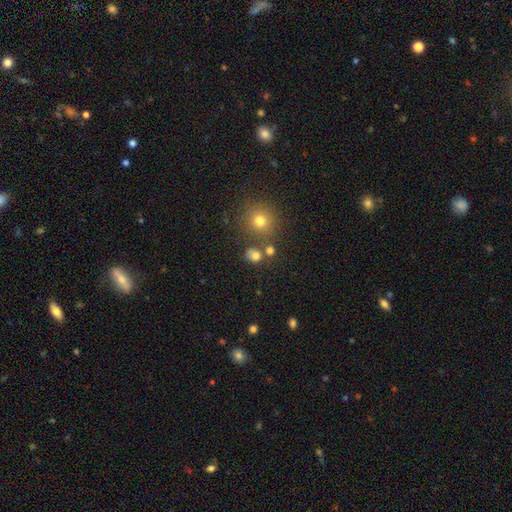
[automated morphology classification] This appears to be a smooth galaxy with no disk features (76%) that is round (71%). Merging: none (64%).